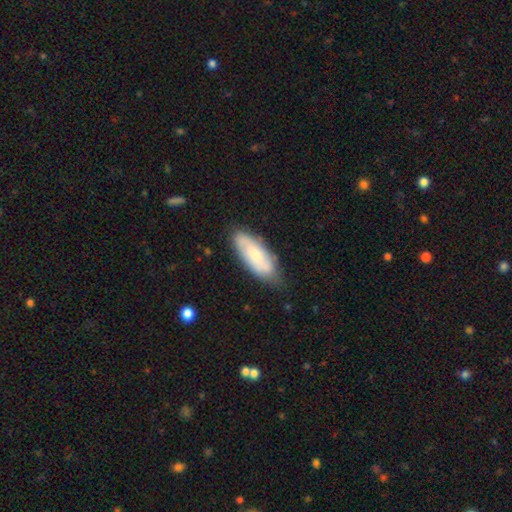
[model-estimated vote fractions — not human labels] Smooth or featured? smooth (57%)
How rounded? in between (74%)
Merging? none (73%)